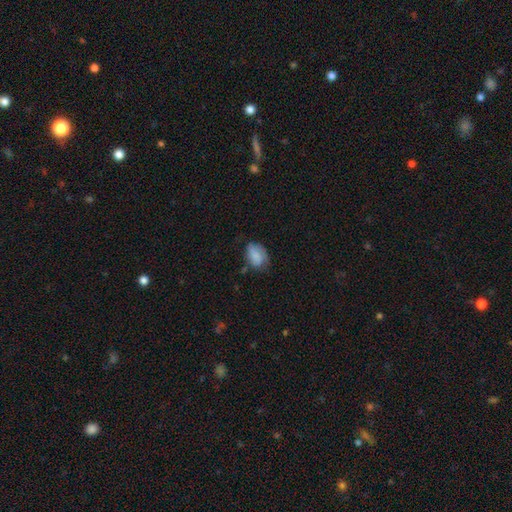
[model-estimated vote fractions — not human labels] This is likely a smooth galaxy (71%). How rounded: clearly in between (81%). Merging: possibly none (50%).